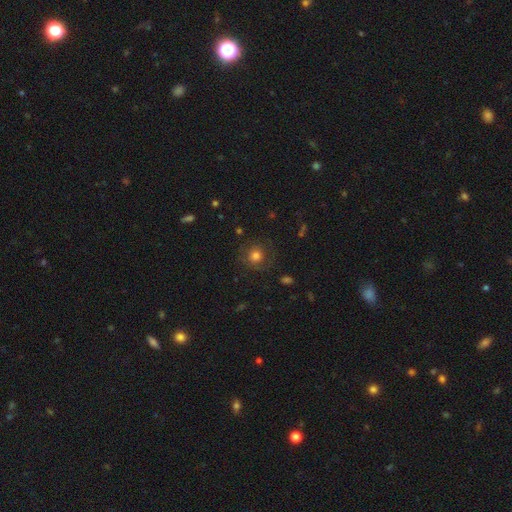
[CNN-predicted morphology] Smooth or featured? smooth (68%)
How rounded? round (90%)
Merging? none (76%)